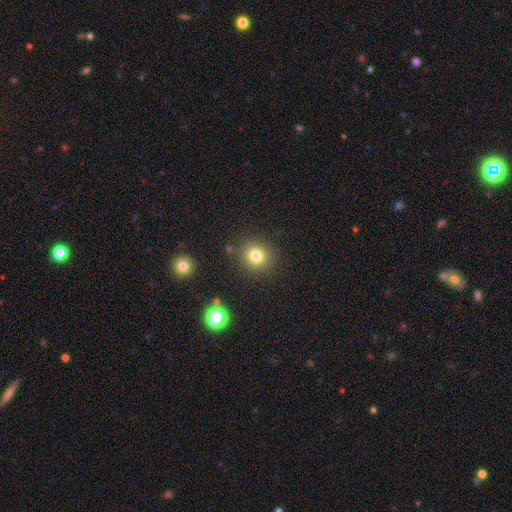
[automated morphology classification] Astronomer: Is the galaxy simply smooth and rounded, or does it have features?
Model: smooth — 79%.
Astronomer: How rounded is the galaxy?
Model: round — 88%.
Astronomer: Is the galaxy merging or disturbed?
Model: none — 86%.